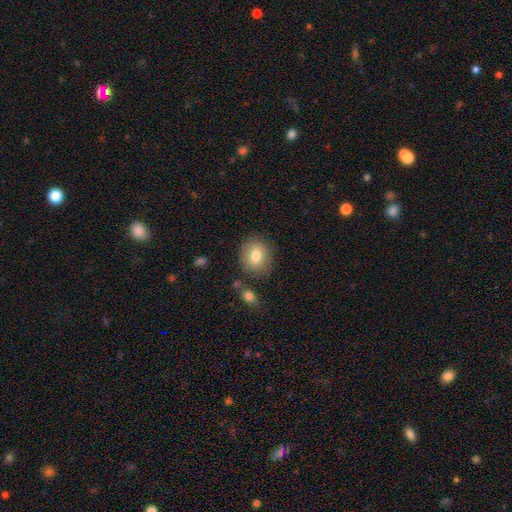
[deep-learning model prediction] Smooth or featured? smooth (79%)
How rounded? round (66%)
Merging? none (80%)